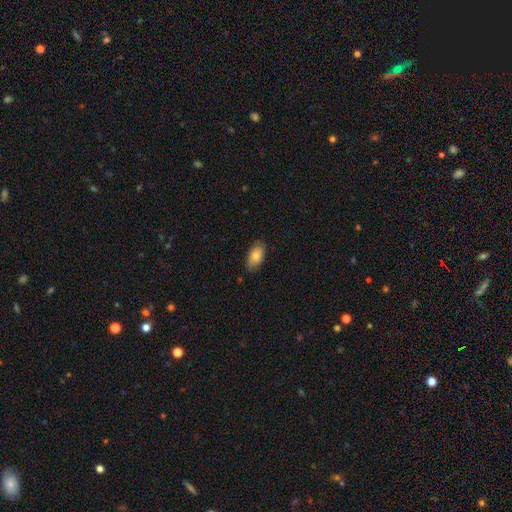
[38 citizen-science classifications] Morphology: type=smooth (87%); roundness=in between (91%); merging=none (79%).